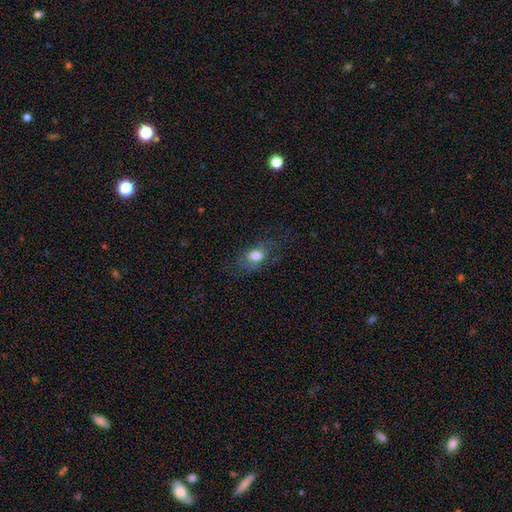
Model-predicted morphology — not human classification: smooth_or_featured: smooth (p=0.66) [alt: featured or disk p=0.25]
how_rounded: in between (p=0.77) [alt: round p=0.19]
merging: none (p=0.63) [alt: minor disturbance p=0.21]